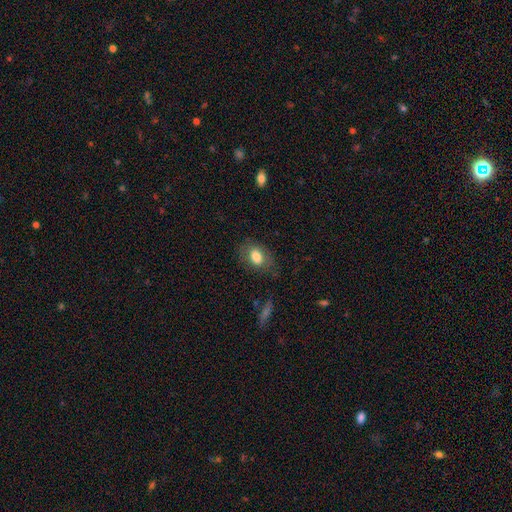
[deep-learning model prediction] Morphology: type=smooth (78%); roundness=in between (78%); merging=none (71%).